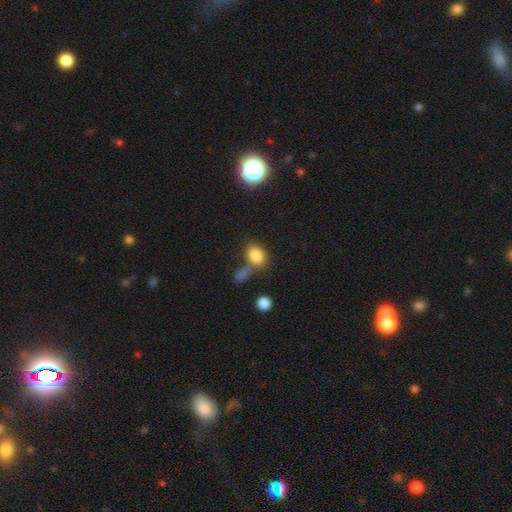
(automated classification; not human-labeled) smooth_or_featured: smooth (p=0.81) [alt: star or artifact p=0.11]
how_rounded: in between (p=0.65) [alt: round p=0.34]
merging: none (p=0.53) [alt: merger p=0.25]